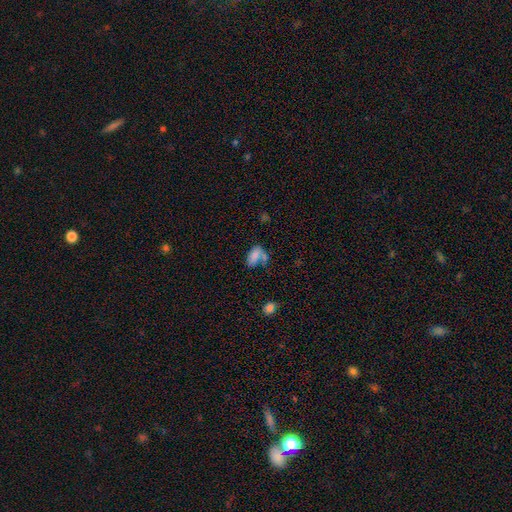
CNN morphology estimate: smooth 76%, featured or disk 13%, star or artifact 11%. Down the decision tree: how rounded — in between (90%); merging — merger (38%).